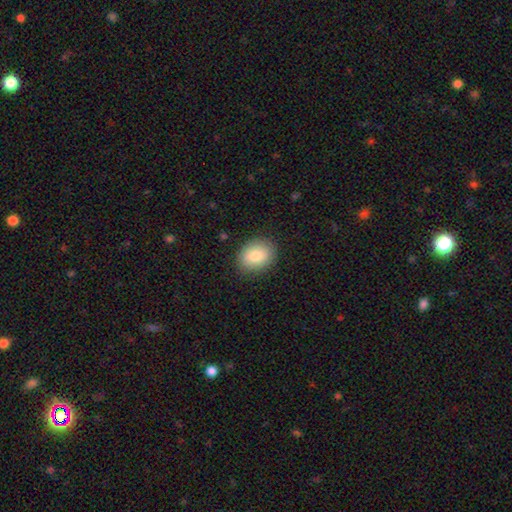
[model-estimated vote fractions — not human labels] A smooth galaxy with no disk features (82%) that is in between round and cigar-shaped (57%). Merging: none (87%).